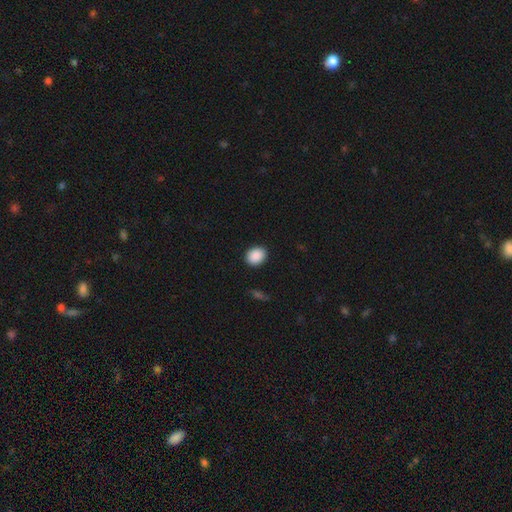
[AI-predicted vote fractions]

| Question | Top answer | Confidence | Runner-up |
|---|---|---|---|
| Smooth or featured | smooth | 90% | star or artifact (7%) |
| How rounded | round | 50% | in between (49%) |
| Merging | none | 89% | minor disturbance (7%) |